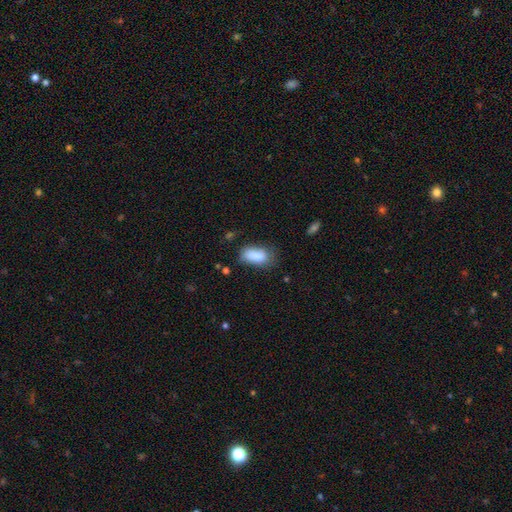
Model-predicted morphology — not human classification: This appears to be a smooth galaxy with no disk features (86%) that is in between round and cigar-shaped (90%). Merging: none (60%).